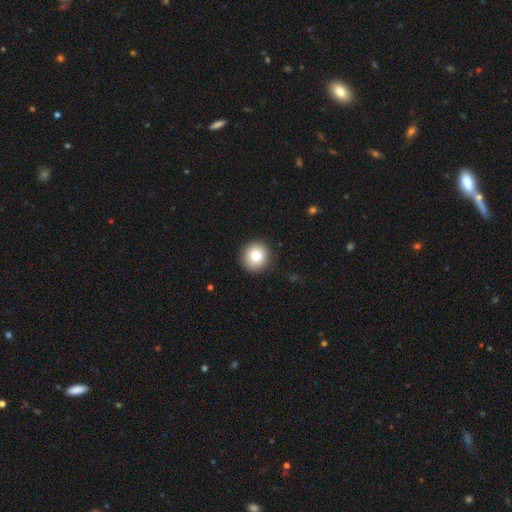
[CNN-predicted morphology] A smooth galaxy with no disk features (83%) that is round (94%). Merging: none (91%).